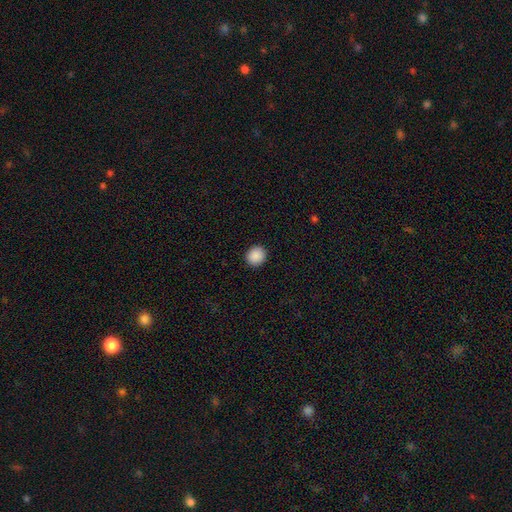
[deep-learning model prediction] Smooth or featured: smooth — 90% (star or artifact — 8%)
How rounded: round — 87% (in between — 12%)
Merging: none — 92% (minor disturbance — 5%)